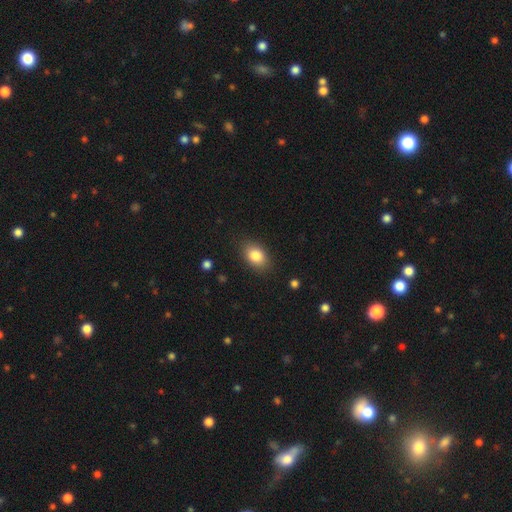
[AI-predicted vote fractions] Overall: smooth (83%). How rounded: in between (81%). Merging: none (85%).